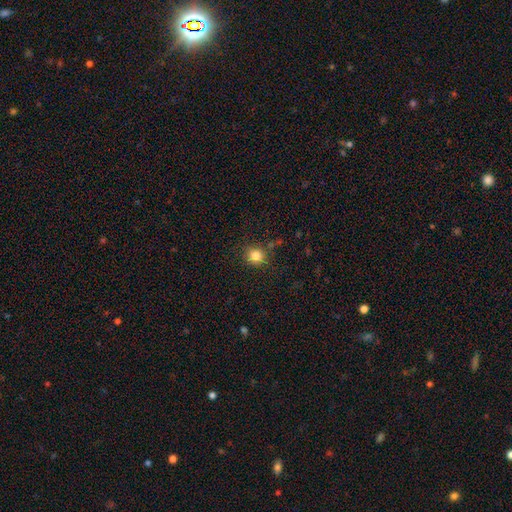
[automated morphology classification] A smooth galaxy with no disk features (82%) that is round (89%).

Vote fractions:
- Smooth or featured? smooth: 82% / star or artifact: 12% / featured or disk: 6%
- How rounded? round: 89% / in between: 10% / cigar-shaped: 1%
- Merging? none: 85% / minor disturbance: 9% / merger: 3% / major disturbance: 3%